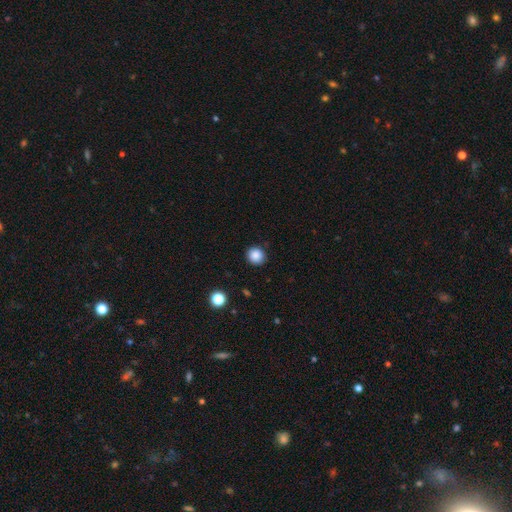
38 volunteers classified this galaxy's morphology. smooth 84%, featured or disk 8%, star or artifact 8%. Down the decision tree: how rounded — round (84%); merging — none (94%).